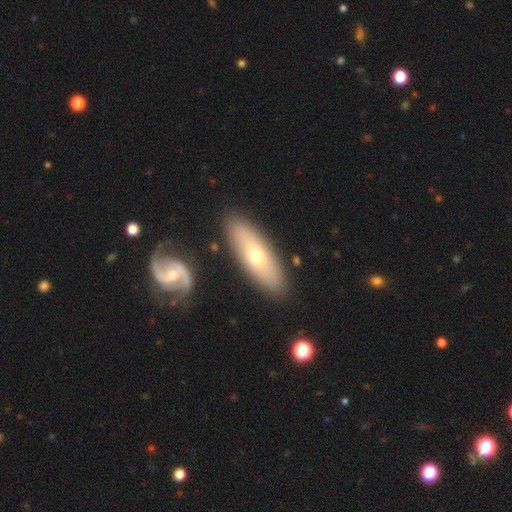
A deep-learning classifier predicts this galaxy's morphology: This is possibly a smooth galaxy (59%). How rounded: likely in between (63%). Merging: clearly none (85%).